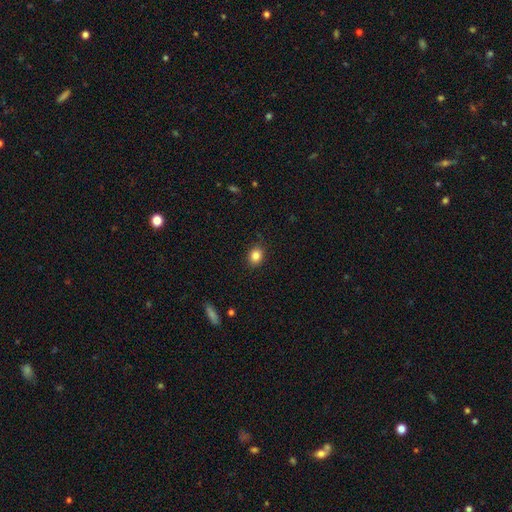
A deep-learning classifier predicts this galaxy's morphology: Smooth or featured? smooth (85%)
How rounded? round (54%)
Merging? none (88%)